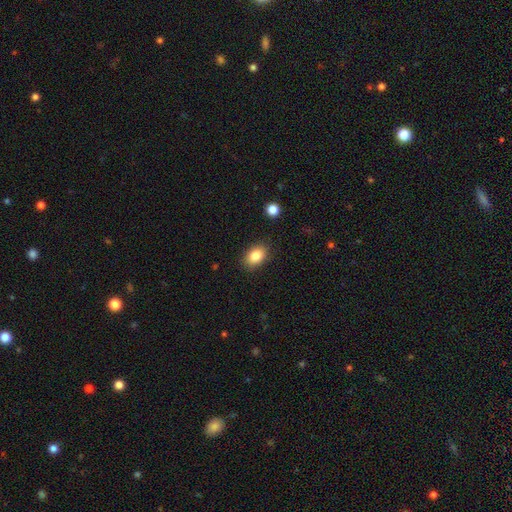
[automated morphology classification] This appears to be a smooth galaxy with no disk features (84%) that is in between round and cigar-shaped (83%). Merging: none (87%).